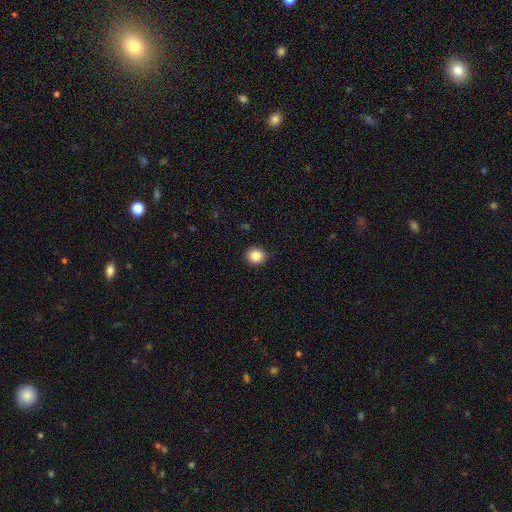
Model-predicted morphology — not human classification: type=smooth (86%); roundness=round (84%); merging=none (90%).